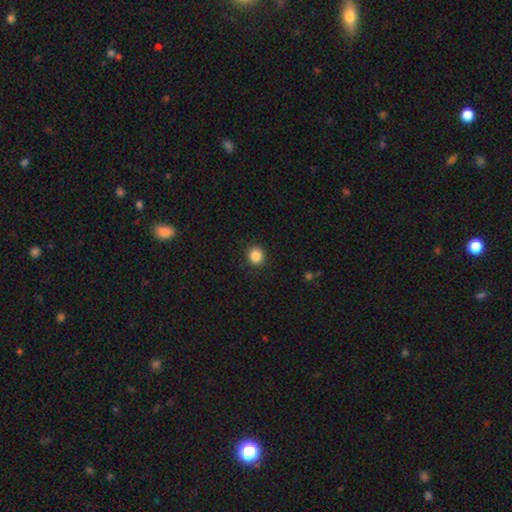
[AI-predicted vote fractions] Smooth or featured? Predicted: smooth (p=0.87). How rounded? Predicted: round (p=0.89). Merging? Predicted: none (p=0.92).